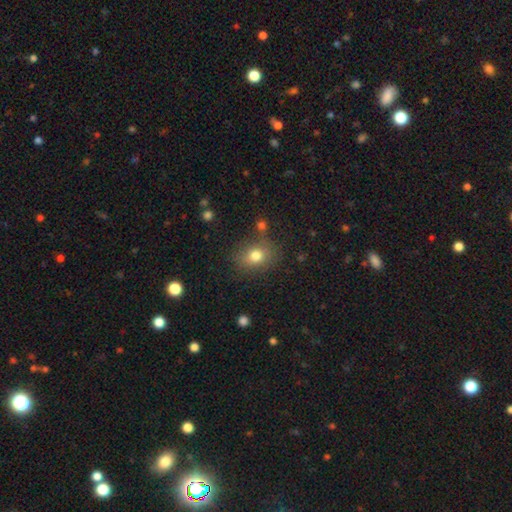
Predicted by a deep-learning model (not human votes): smooth 78%, star or artifact 12%, featured or disk 10%. Down the decision tree: how rounded — round (50%); merging — none (76%).